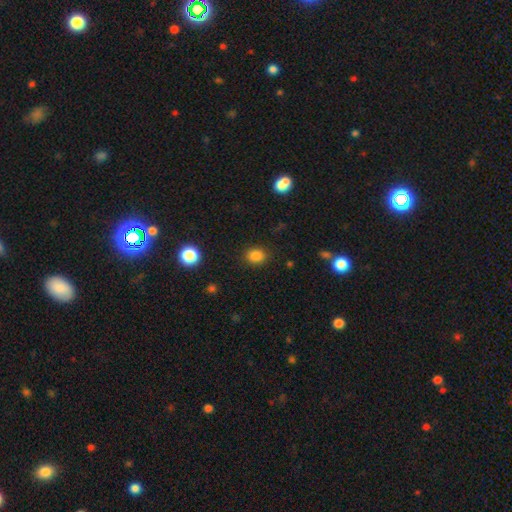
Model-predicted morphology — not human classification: Smooth or featured? Predicted: smooth (p=0.83). How rounded? Predicted: round (p=0.60). Merging? Predicted: none (p=0.87).